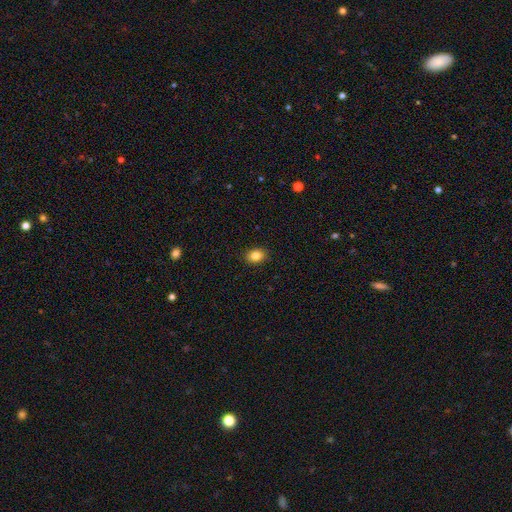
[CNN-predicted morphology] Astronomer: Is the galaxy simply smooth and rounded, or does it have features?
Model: smooth — 84%.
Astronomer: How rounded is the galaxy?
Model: in between — 61% (runner-up: round, 38%).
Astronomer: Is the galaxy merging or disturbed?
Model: none — 90%.